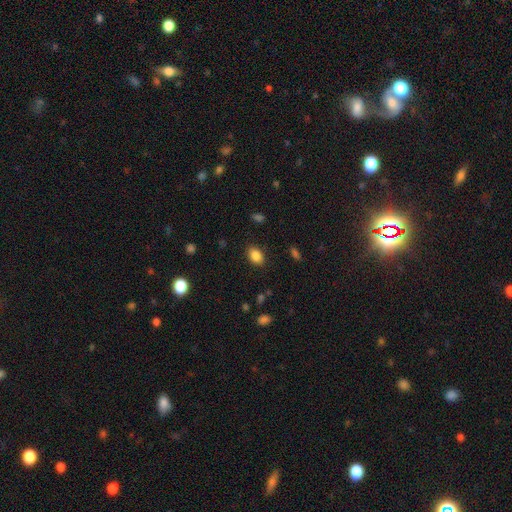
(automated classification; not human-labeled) smooth-or-featured: smooth: 86% | star or artifact: 9% | featured or disk: 5%
  how-rounded: in between: 79% | round: 20% | cigar-shaped: 1%
  merging: none: 86% | minor disturbance: 10% | major disturbance: 3% | merger: 1%